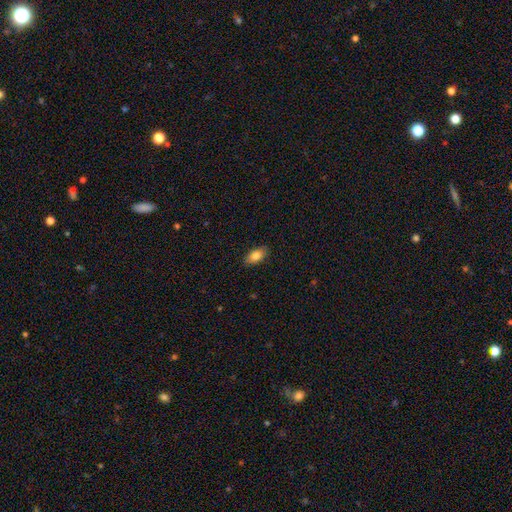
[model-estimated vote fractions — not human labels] Smooth or featured? Predicted: smooth (p=0.85). How rounded? Predicted: in between (p=0.91). Merging? Predicted: none (p=0.86).